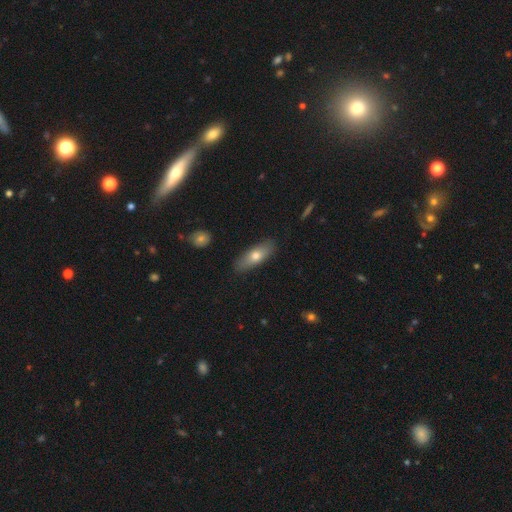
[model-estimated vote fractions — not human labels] smooth-or-featured: smooth: 67% | featured or disk: 27% | star or artifact: 6%
  how-rounded: in between: 60% | cigar-shaped: 37% | round: 3%
  merging: none: 86% | minor disturbance: 10% | major disturbance: 2% | merger: 1%